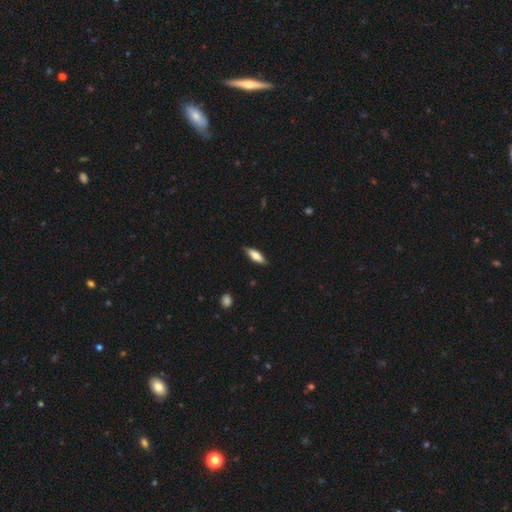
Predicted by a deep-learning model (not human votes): Smooth or featured?
  - smooth: 69% *
  - featured or disk: 25%
  - star or artifact: 6%
How rounded?
  - in between: 55% *
  - cigar-shaped: 43%
  - round: 2%
Merging?
  - none: 85% *
  - minor disturbance: 12%
  - major disturbance: 2%
  - merger: 1%